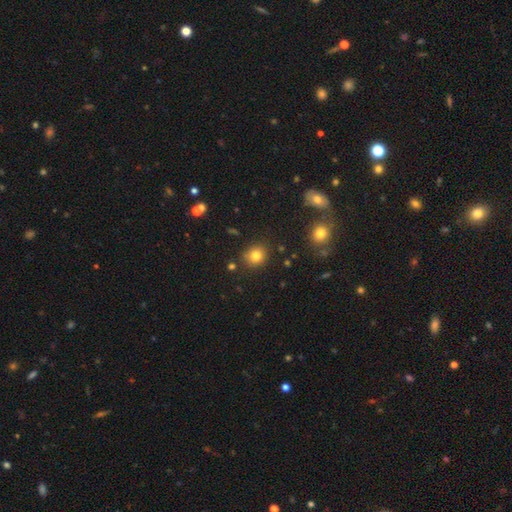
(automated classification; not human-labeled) Smooth or featured?
  - smooth: 80% *
  - star or artifact: 13%
  - featured or disk: 7%
How rounded?
  - round: 80% *
  - in between: 19%
  - cigar-shaped: 1%
Merging?
  - none: 84% *
  - minor disturbance: 10%
  - merger: 3%
  - major disturbance: 3%